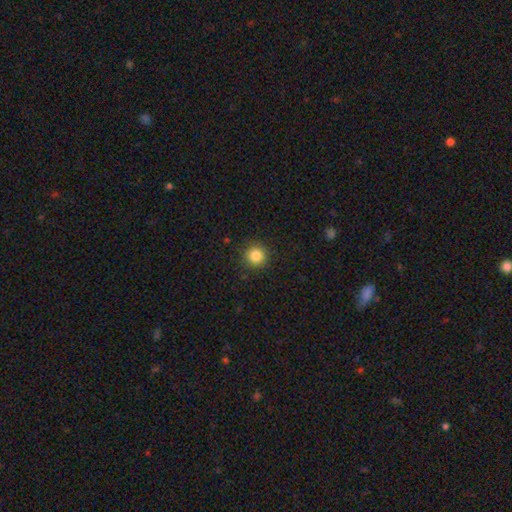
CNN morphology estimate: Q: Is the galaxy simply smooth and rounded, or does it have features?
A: smooth — 84%.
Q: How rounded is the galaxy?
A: round — 95%.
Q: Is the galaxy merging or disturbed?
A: none — 91%.